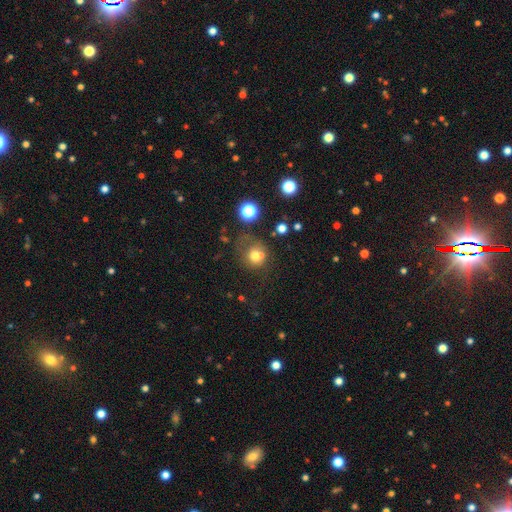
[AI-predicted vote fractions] smooth 70%, featured or disk 15%, star or artifact 15%. Down the decision tree: how rounded — round (81%); merging — none (42%).